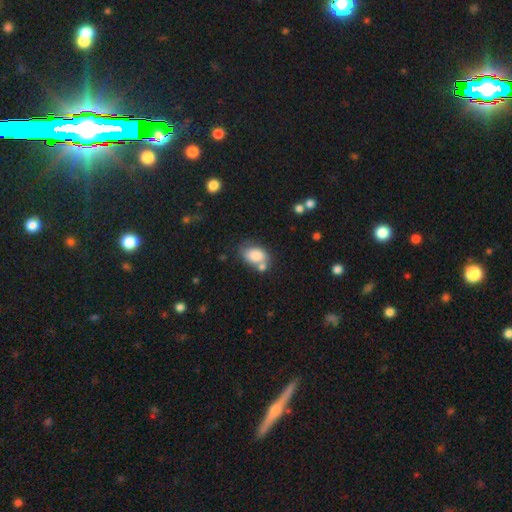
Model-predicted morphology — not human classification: Smooth or featured? smooth (82%)
How rounded? in between (82%)
Merging? none (50%)